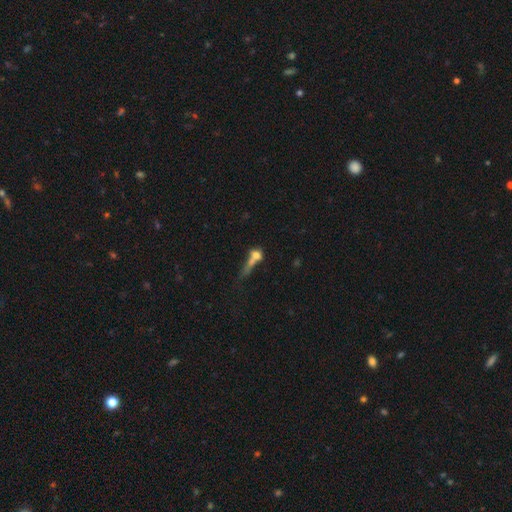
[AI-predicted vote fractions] A smooth galaxy with no disk features (60%) that is round (43%). Merging: merger (35%).